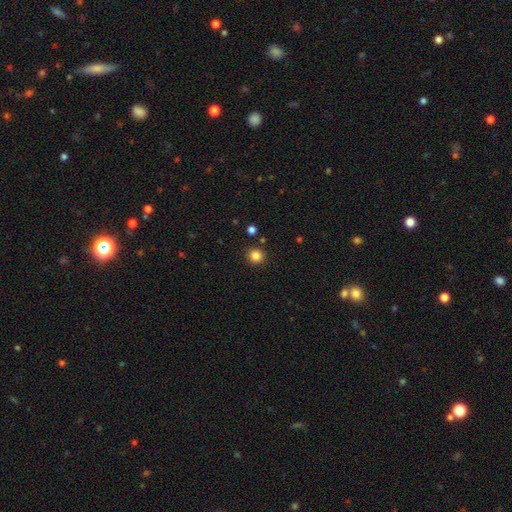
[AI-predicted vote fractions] This is clearly a smooth galaxy (84%). How rounded: clearly round (92%). Merging: clearly none (90%).